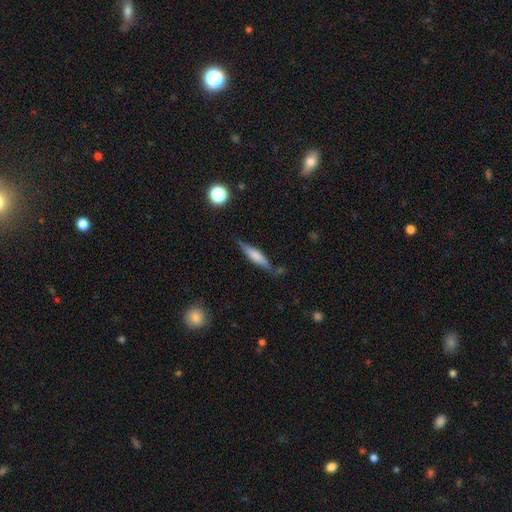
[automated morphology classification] Smooth or featured: smooth — 53% (featured or disk — 40%)
How rounded: cigar-shaped — 79% (in between — 19%)
Merging: none — 76% (minor disturbance — 17%)